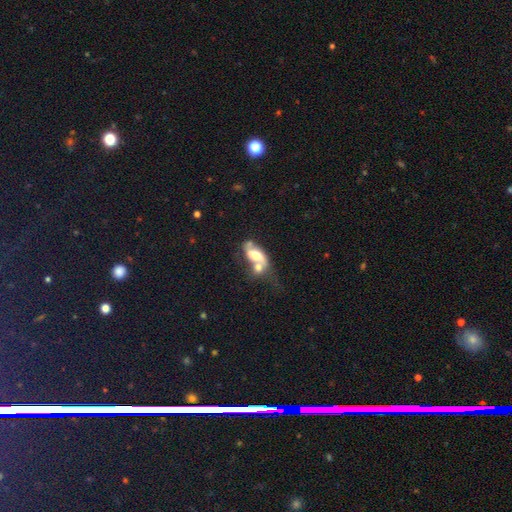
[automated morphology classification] The model was most divided on "smooth or featured": featured or disk: 52%, smooth: 40%, star or artifact: 8%. More confident: edge-on disk — no (88%); merging — merger (57%).